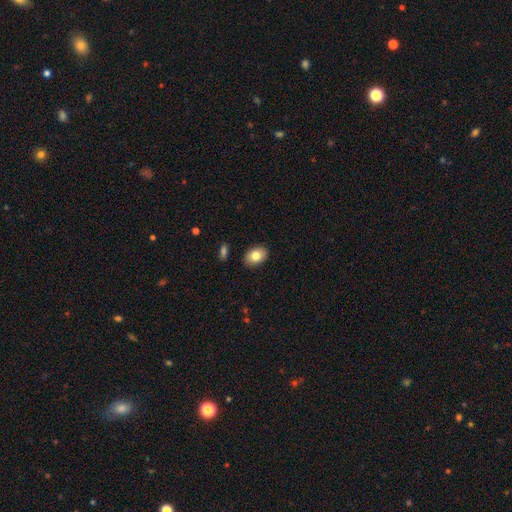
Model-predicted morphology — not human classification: This appears to be a smooth galaxy with no disk features (80%) that is in between round and cigar-shaped (79%). Merging: none (88%).